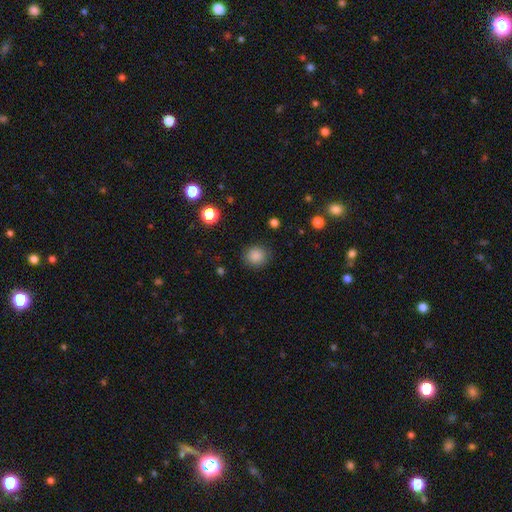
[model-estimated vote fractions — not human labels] Q: Smooth or featured?
A: smooth (86%); runner-up: star or artifact (10%)
Q: How rounded?
A: round (87%); runner-up: in between (12%)
Q: Merging?
A: none (87%); runner-up: minor disturbance (8%)